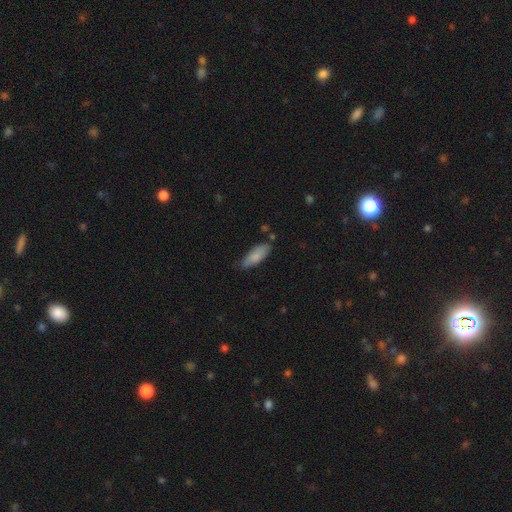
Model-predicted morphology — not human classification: Smooth or featured? Predicted: smooth (p=0.84). How rounded? Predicted: in between (p=0.63). Merging? Predicted: none (p=0.71).